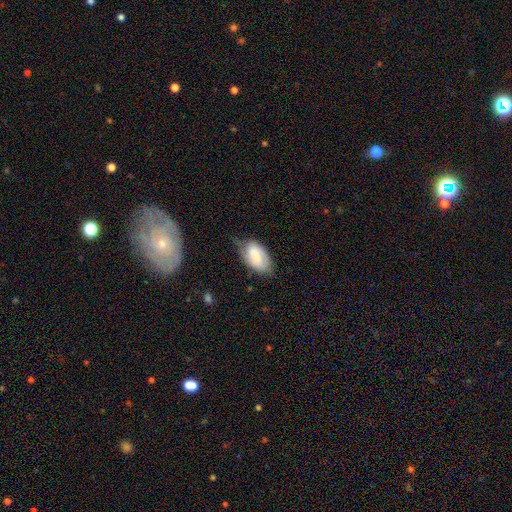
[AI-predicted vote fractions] Q: Smooth or featured?
A: smooth (57%); runner-up: featured or disk (36%)
Q: How rounded?
A: in between (92%); runner-up: round (6%)
Q: Merging?
A: none (51%); runner-up: minor disturbance (36%)